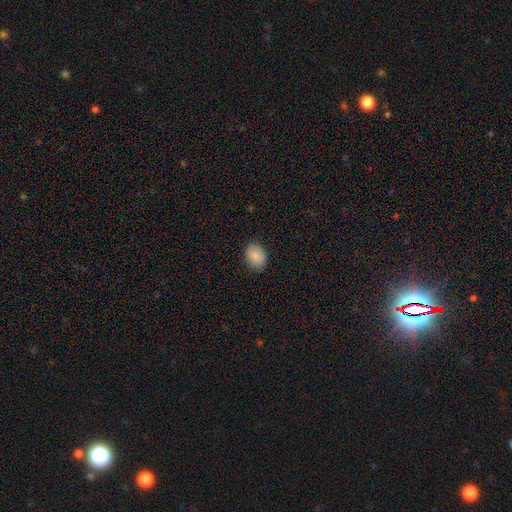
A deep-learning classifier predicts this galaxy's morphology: This is clearly a smooth galaxy (87%). How rounded: likely in between (72%). Merging: clearly none (85%).